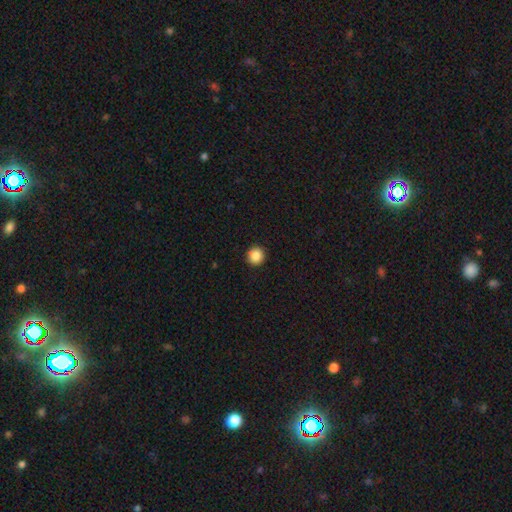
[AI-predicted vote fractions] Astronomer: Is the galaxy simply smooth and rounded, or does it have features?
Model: smooth — 87%.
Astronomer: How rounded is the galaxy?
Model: round — 95%.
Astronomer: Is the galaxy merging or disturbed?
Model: none — 93%.